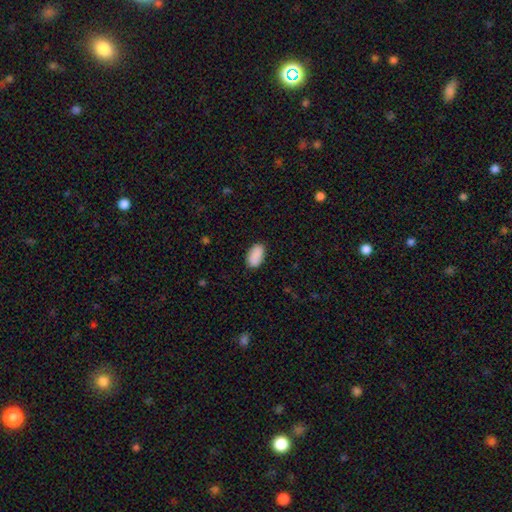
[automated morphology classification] smooth 90%, star or artifact 7%, featured or disk 4%. Down the decision tree: how rounded — in between (94%); merging — none (85%).